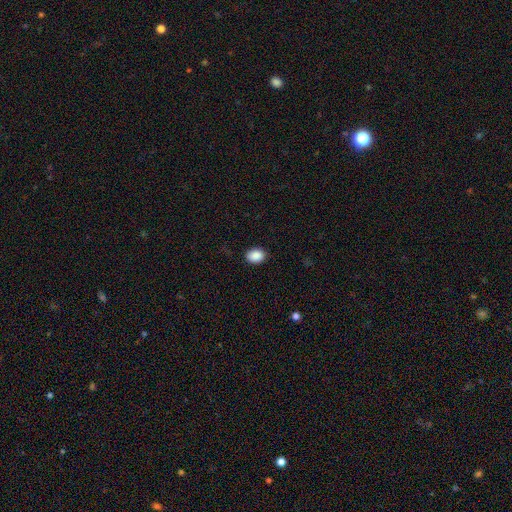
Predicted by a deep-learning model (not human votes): Overall: smooth (89%). How rounded: in between (65%; round 34%). Merging: none (89%).